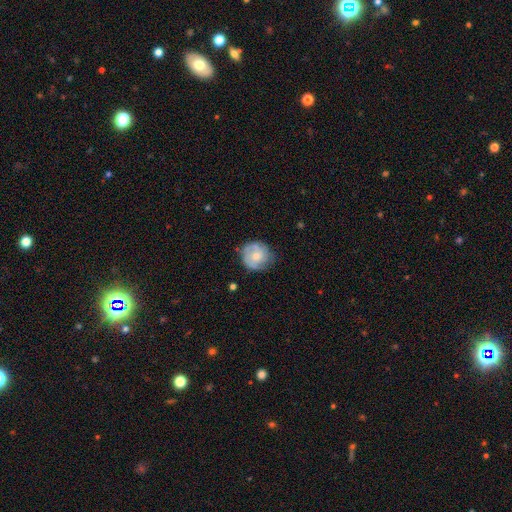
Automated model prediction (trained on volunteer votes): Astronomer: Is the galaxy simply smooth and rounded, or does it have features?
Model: featured or disk — 48% (runner-up: smooth, 45%).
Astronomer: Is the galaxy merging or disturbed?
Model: none — 71%.